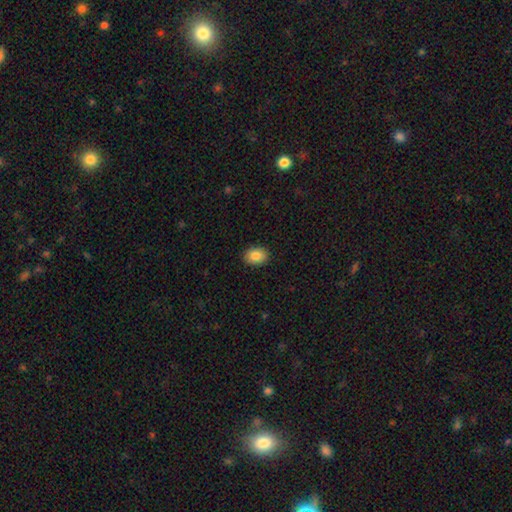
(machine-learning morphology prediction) Smooth or featured?
  - smooth: 85% *
  - star or artifact: 8%
  - featured or disk: 7%
How rounded?
  - in between: 69% *
  - round: 30%
  - cigar-shaped: 1%
Merging?
  - none: 90% *
  - minor disturbance: 7%
  - major disturbance: 2%
  - merger: 1%